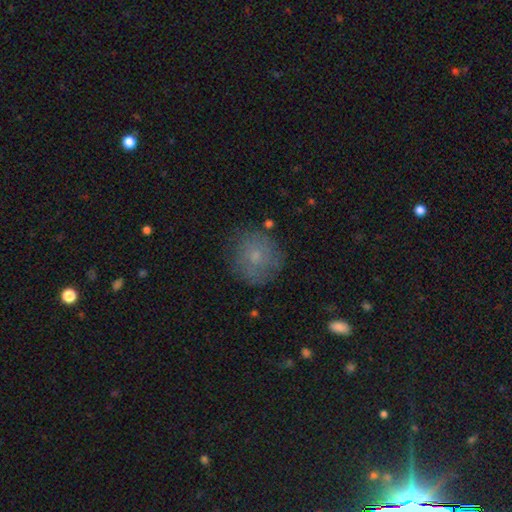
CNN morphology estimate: Smooth or featured: smooth — 66% (featured or disk — 21%)
How rounded: round — 88% (in between — 11%)
Merging: none — 79% (minor disturbance — 15%)